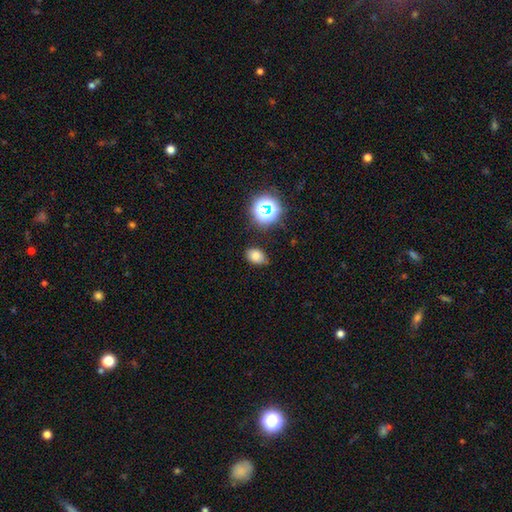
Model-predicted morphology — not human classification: Smooth or featured?
  - smooth: 75% *
  - star or artifact: 17%
  - featured or disk: 8%
How rounded?
  - in between: 75% *
  - round: 23%
  - cigar-shaped: 1%
Merging?
  - none: 78% *
  - minor disturbance: 17%
  - major disturbance: 4%
  - merger: 2%